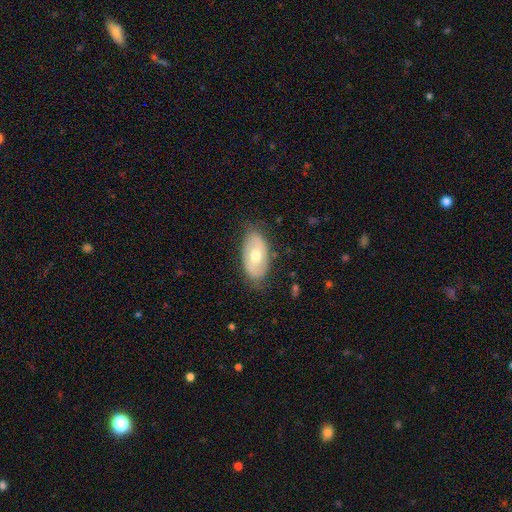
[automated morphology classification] This is possibly a smooth galaxy (52%). How rounded: clearly in between (93%). Merging: likely none (76%).